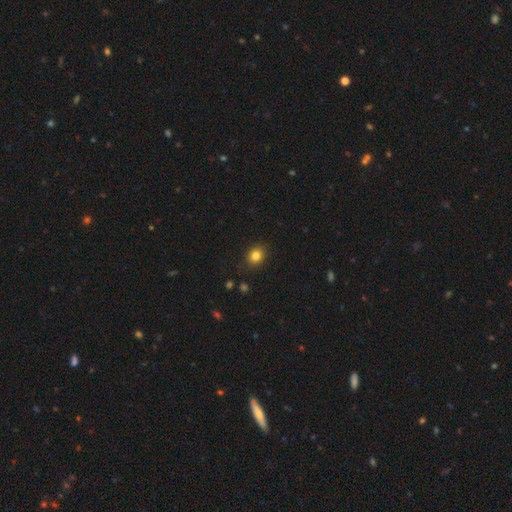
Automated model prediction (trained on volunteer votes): Smooth or featured? smooth (82%)
How rounded? round (63%)
Merging? none (86%)